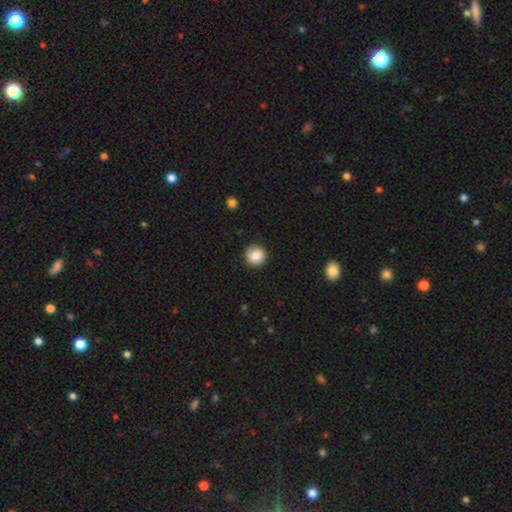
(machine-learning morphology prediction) This is clearly a smooth galaxy (85%). How rounded: clearly round (92%). Merging: clearly none (89%).